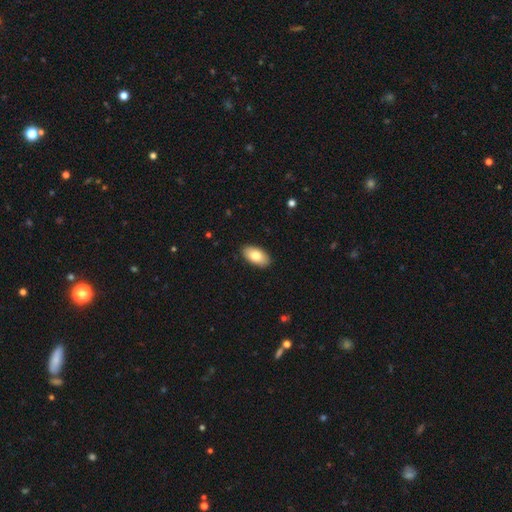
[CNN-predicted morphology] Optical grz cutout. It shows a smooth galaxy with no disk features (78%) that is in between round and cigar-shaped (94%). Merging: none (89%).